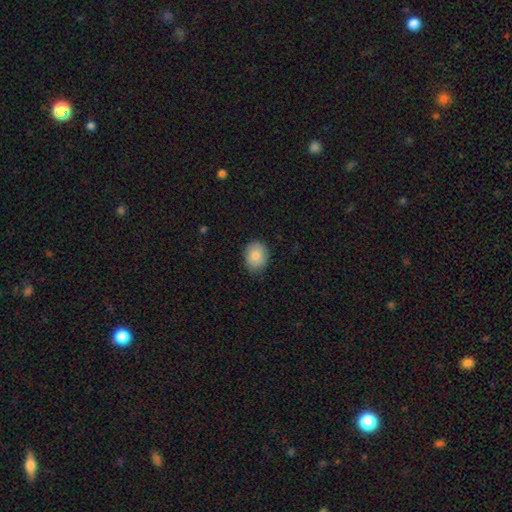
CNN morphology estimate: smooth 83%, featured or disk 9%, star or artifact 8%. Down the decision tree: how rounded — round (58%); merging — none (78%).